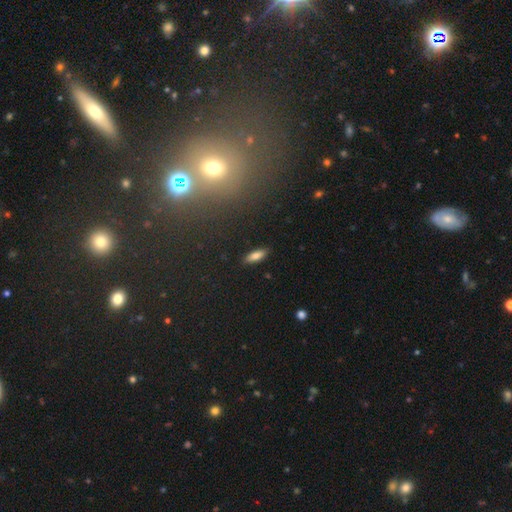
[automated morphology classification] type=smooth (80%); roundness=in between (67%); merging=none (88%).